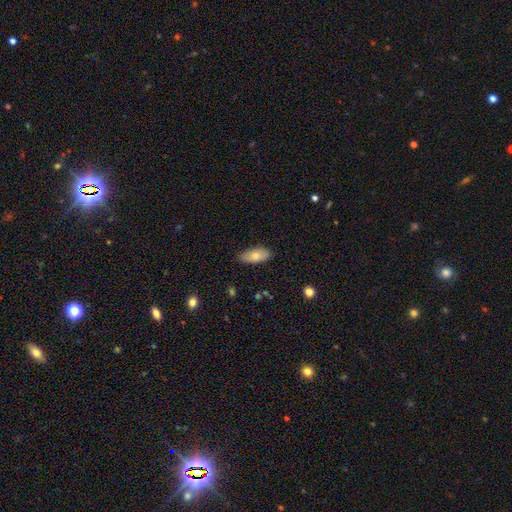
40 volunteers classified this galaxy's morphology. Volunteers were most divided on "smooth or featured": smooth: 72%, featured or disk: 18%, star or artifact: 10%. More confident: how rounded — in between (86%); merging — none (83%).